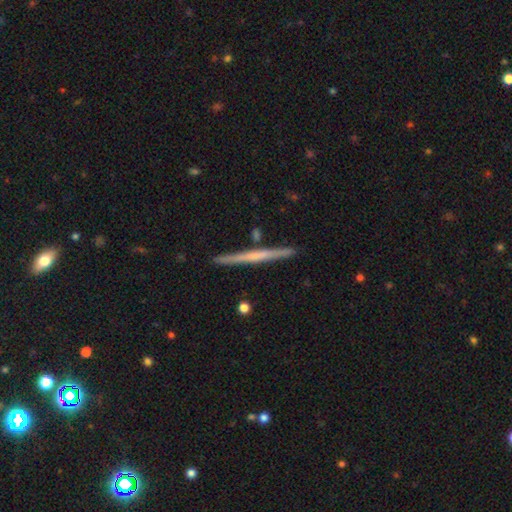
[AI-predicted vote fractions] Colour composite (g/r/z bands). It shows a featured or disk galaxy (56%) viewed edge-on (98%) with no central bulge (77%). Merging: none (89%).